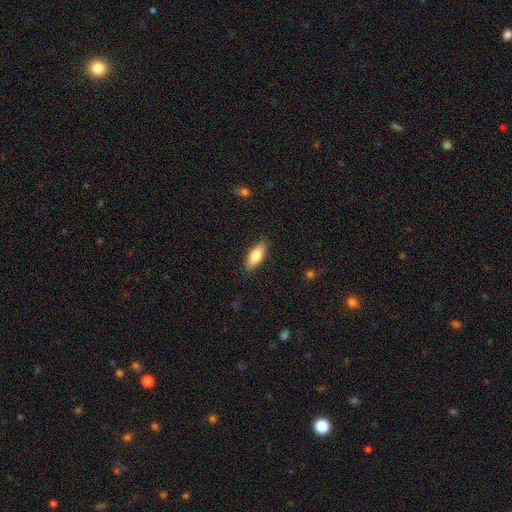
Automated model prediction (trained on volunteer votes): Q: Smooth or featured?
A: smooth (73%); runner-up: featured or disk (21%)
Q: How rounded?
A: in between (68%); runner-up: cigar-shaped (30%)
Q: Merging?
A: none (88%); runner-up: minor disturbance (9%)